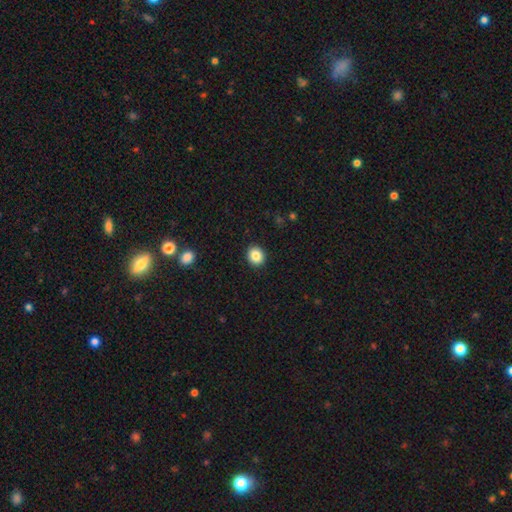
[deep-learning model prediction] Smooth or featured: smooth — 85% (star or artifact — 9%)
How rounded: round — 80% (in between — 19%)
Merging: none — 92% (minor disturbance — 5%)